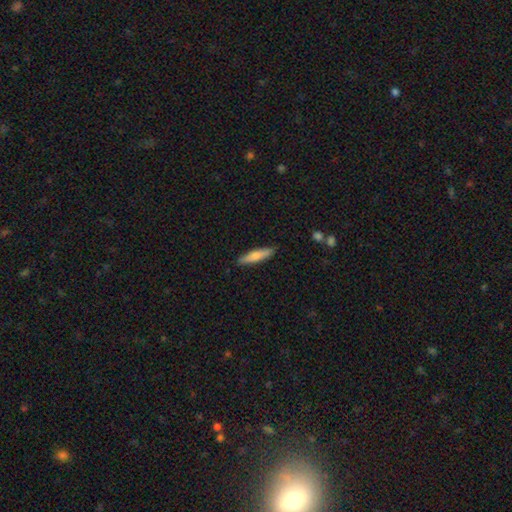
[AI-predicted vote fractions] Smooth or featured?
  - smooth: 71% *
  - featured or disk: 24%
  - star or artifact: 5%
How rounded?
  - cigar-shaped: 81% *
  - in between: 18%
  - round: 2%
Merging?
  - none: 88% *
  - minor disturbance: 9%
  - major disturbance: 2%
  - merger: 1%